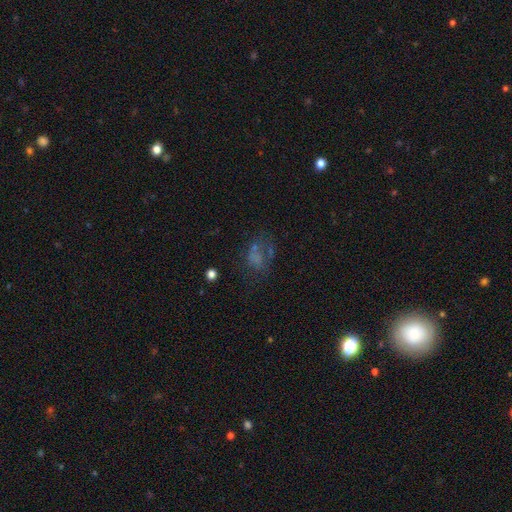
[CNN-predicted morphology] smooth_or_featured: smooth (p=0.39) [alt: featured or disk p=0.37]
merging: none (p=0.40) [alt: major disturbance p=0.31]